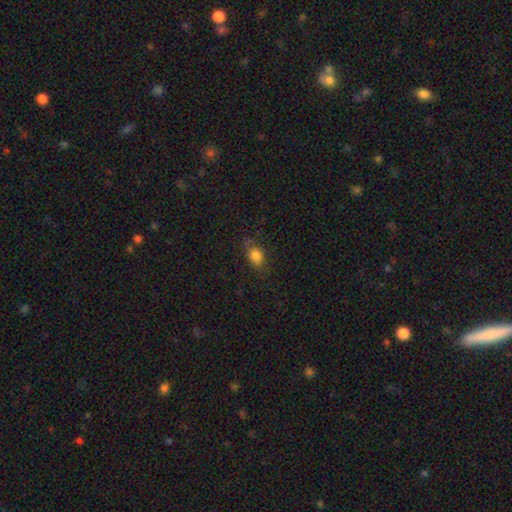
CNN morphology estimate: smooth_or_featured: smooth (p=0.81) [alt: star or artifact p=0.12]
how_rounded: in between (p=0.66) [alt: round p=0.31]
merging: none (p=0.71) [alt: minor disturbance p=0.20]